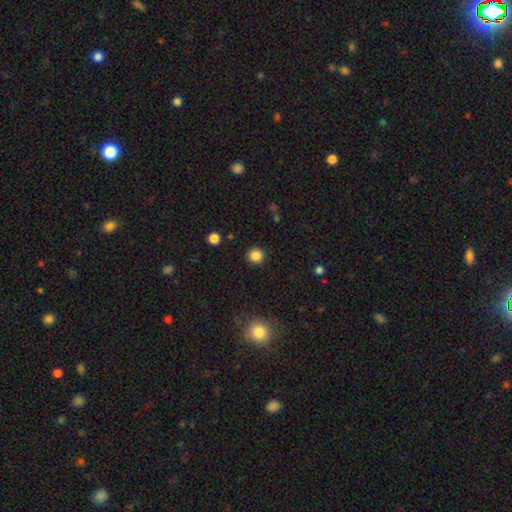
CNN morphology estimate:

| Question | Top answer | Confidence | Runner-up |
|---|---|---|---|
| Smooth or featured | smooth | 85% | star or artifact (11%) |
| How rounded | round | 93% | in between (6%) |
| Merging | none | 91% | minor disturbance (6%) |